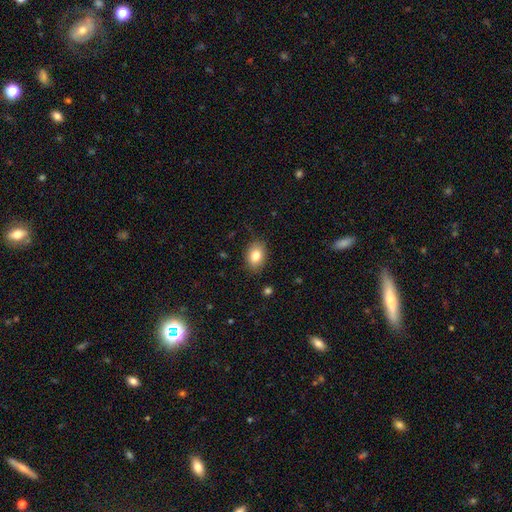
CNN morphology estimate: Smooth or featured? Predicted: smooth (p=0.83). How rounded? Predicted: in between (p=0.75). Merging? Predicted: none (p=0.86).